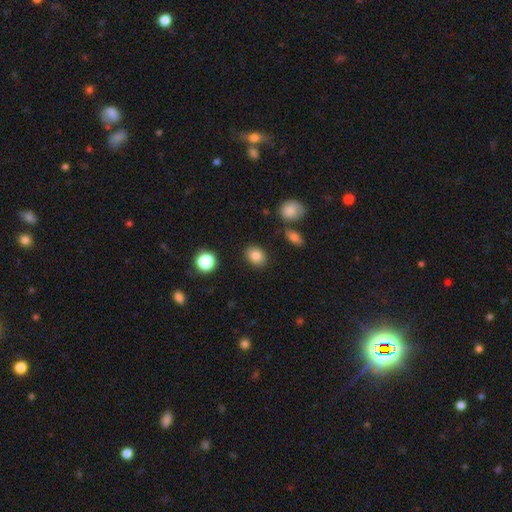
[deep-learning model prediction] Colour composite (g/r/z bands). It shows a smooth galaxy with no disk features (84%) that is in between round and cigar-shaped (60%). Merging: none (86%).